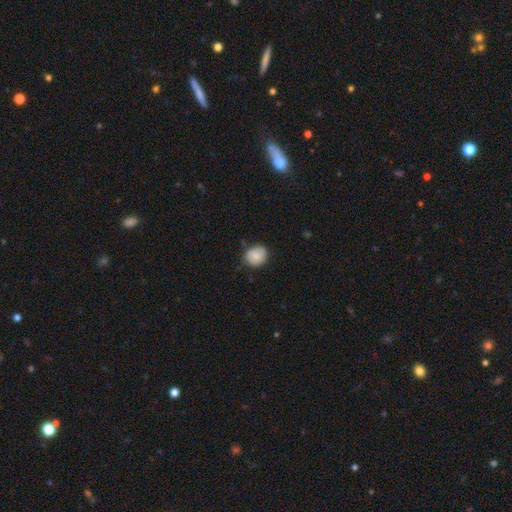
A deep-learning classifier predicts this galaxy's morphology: This is clearly a smooth galaxy (84%). How rounded: likely round (66%). Merging: likely none (72%).